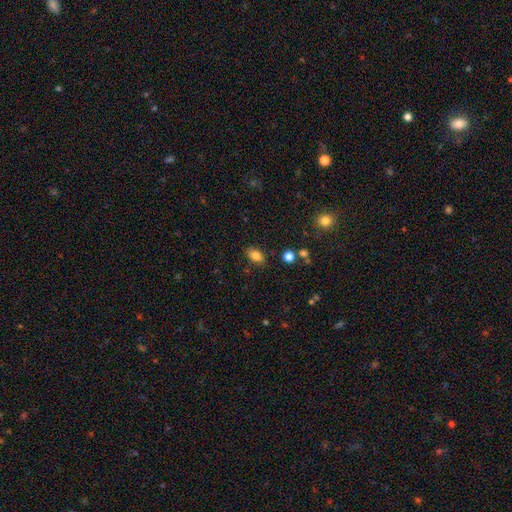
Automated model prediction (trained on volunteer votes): Smooth or featured? Predicted: smooth (p=0.83). How rounded? Predicted: in between (p=0.86). Merging? Predicted: none (p=0.83).